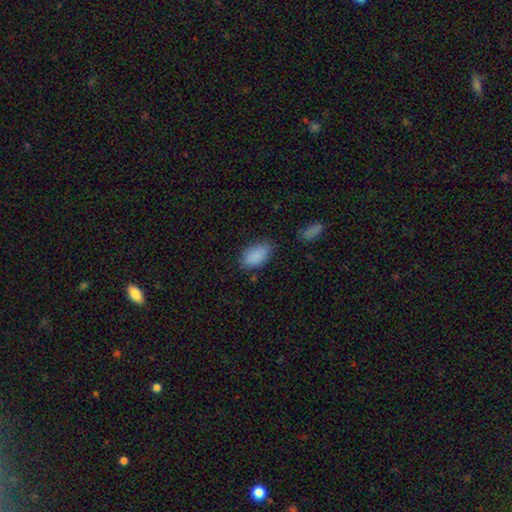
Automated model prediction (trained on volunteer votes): smooth_or_featured: smooth (p=0.88) [alt: star or artifact p=0.08]
how_rounded: in between (p=0.93) [alt: round p=0.04]
merging: none (p=0.73) [alt: minor disturbance p=0.20]